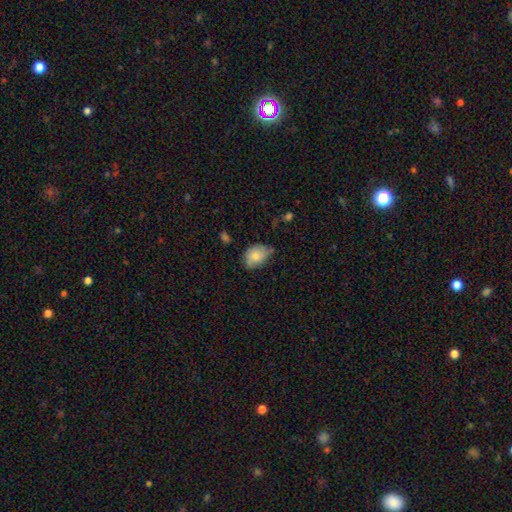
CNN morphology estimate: Smooth or featured?
  - smooth: 78% *
  - featured or disk: 15%
  - star or artifact: 8%
How rounded?
  - in between: 74% *
  - round: 24%
  - cigar-shaped: 1%
Merging?
  - none: 55% *
  - minor disturbance: 36%
  - major disturbance: 7%
  - merger: 3%